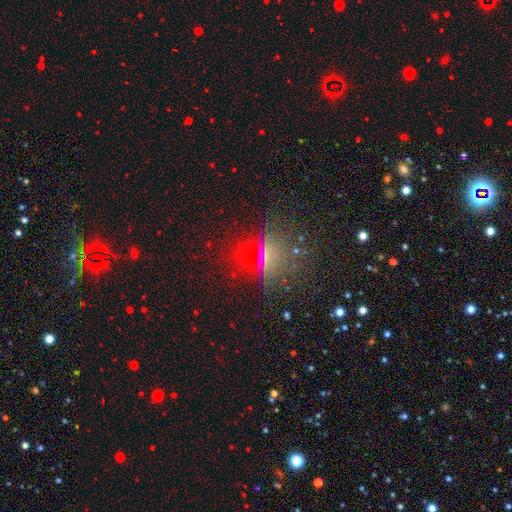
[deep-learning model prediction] smooth_or_featured: star or artifact (p=0.51) [alt: smooth p=0.38]